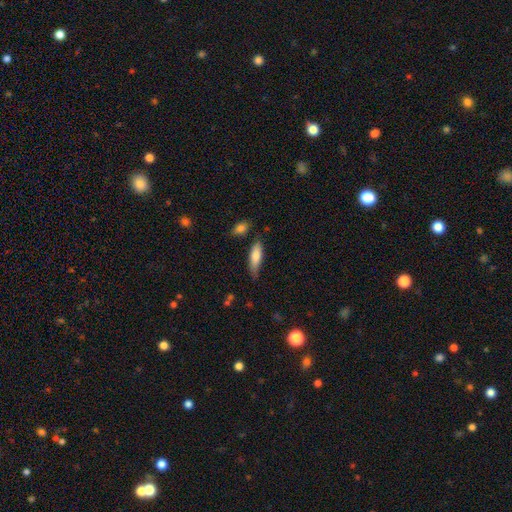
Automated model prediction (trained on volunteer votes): A smooth galaxy with no disk features (78%) that is in between round and cigar-shaped (50%).

Vote fractions:
- Smooth or featured? smooth: 78% / featured or disk: 16% / star or artifact: 6%
- How rounded? in between: 50% / cigar-shaped: 48% / round: 2%
- Merging? none: 66% / minor disturbance: 25% / major disturbance: 5% / merger: 4%